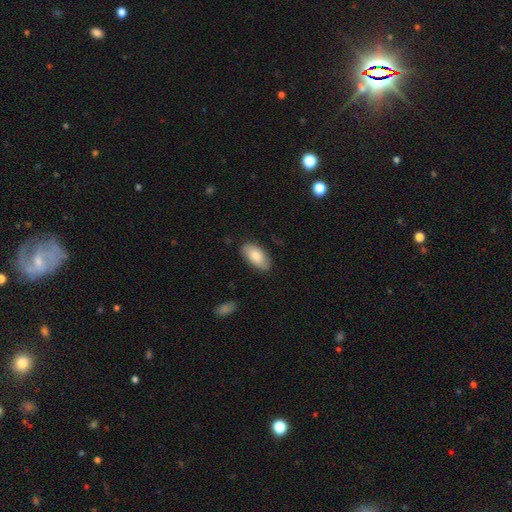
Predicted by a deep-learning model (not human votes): smooth-or-featured: smooth: 79% | featured or disk: 15% | star or artifact: 6%
  how-rounded: in between: 94% | cigar-shaped: 3% | round: 3%
  merging: none: 83% | minor disturbance: 13% | major disturbance: 2% | merger: 1%